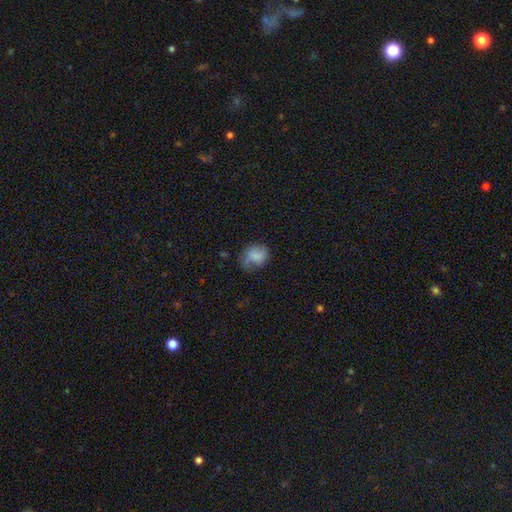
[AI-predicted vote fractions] A smooth galaxy with no disk features (75%) that is round (56%).

Vote fractions:
- Smooth or featured? smooth: 75% / featured or disk: 15% / star or artifact: 10%
- How rounded? round: 56% / in between: 43% / cigar-shaped: 1%
- Merging? none: 48% / minor disturbance: 33% / major disturbance: 17% / merger: 2%